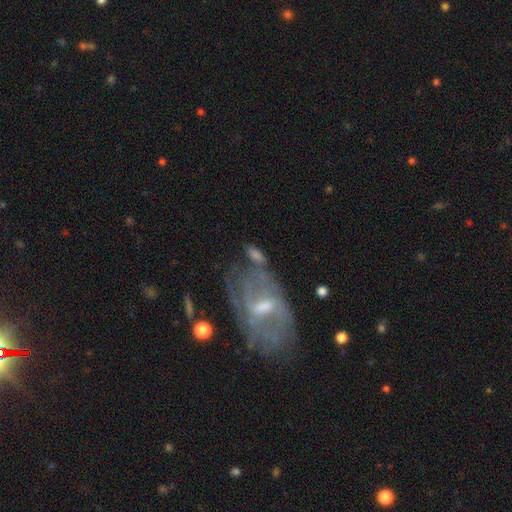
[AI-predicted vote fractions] Overall: featured or disk (53%; smooth 37%). Edge-on disk: no (87%). Merging: none (49%; minor disturbance 20%).